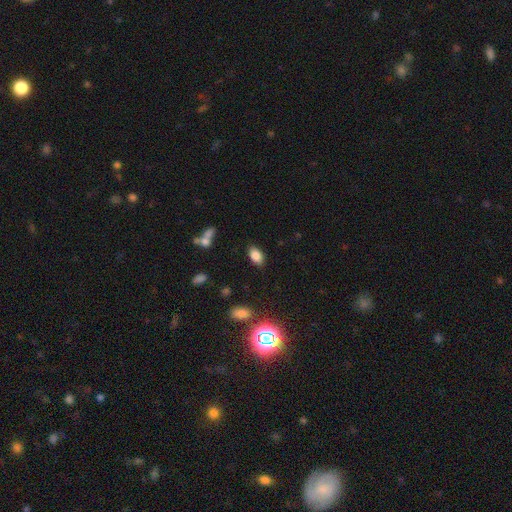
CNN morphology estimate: A smooth galaxy with no disk features (84%) that is in between round and cigar-shaped (91%). Merging: none (84%).